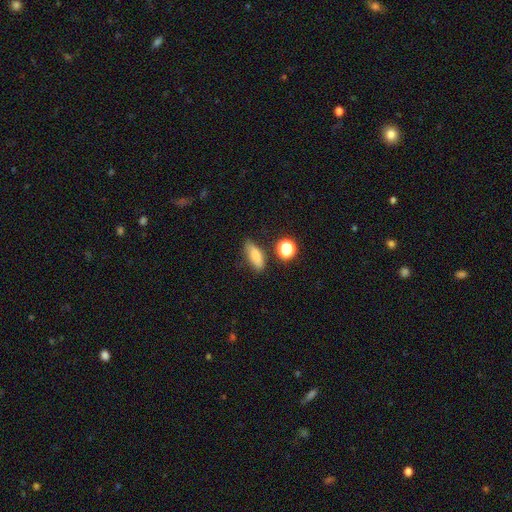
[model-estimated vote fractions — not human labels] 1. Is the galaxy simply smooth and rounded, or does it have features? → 81% smooth, 11% star or artifact, 8% featured or disk.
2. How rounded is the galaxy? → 70% in between, 23% cigar-shaped, 7% round.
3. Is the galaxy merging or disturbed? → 70% none, 20% minor disturbance, 5% major disturbance, 5% merger.